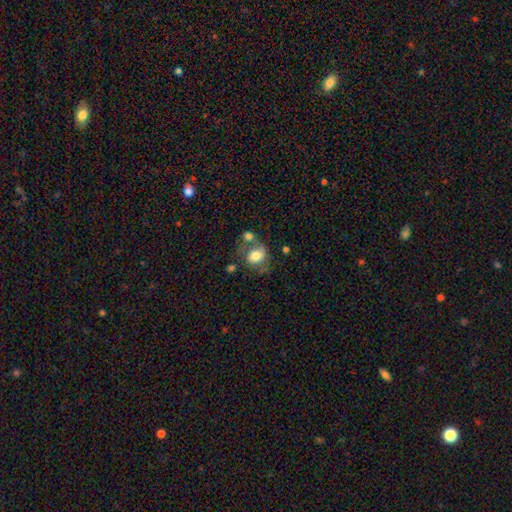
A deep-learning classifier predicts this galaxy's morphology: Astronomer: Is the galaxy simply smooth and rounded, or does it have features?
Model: smooth — 59%.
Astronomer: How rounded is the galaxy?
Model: round — 51% (runner-up: in between, 48%).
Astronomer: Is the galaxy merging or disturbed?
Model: merger — 33% (runner-up: none, 32%).